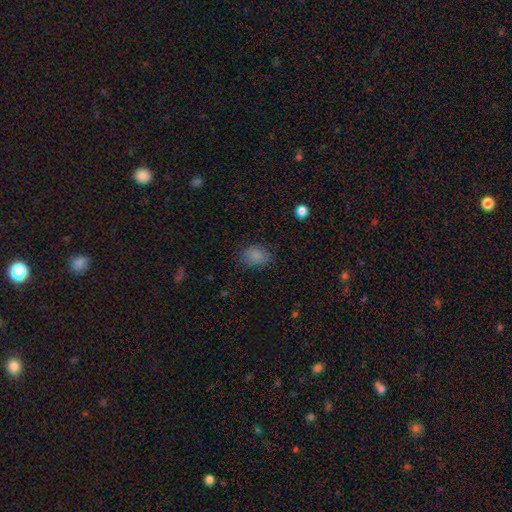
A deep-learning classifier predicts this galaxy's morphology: type=smooth (83%); roundness=in between (54%); merging=none (78%).